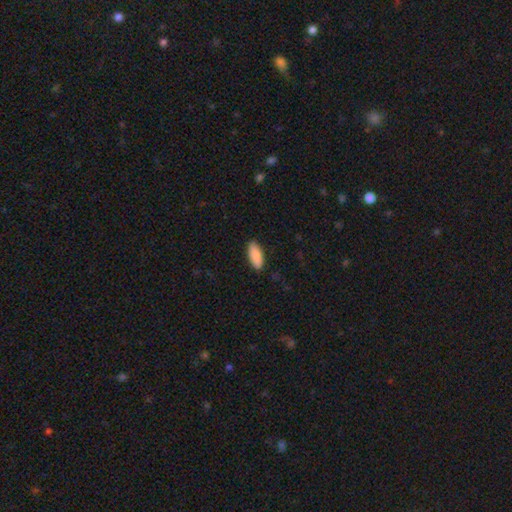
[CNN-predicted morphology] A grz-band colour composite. It shows a smooth galaxy with no disk features (89%) that is in between round and cigar-shaped (81%). Merging: none (87%).